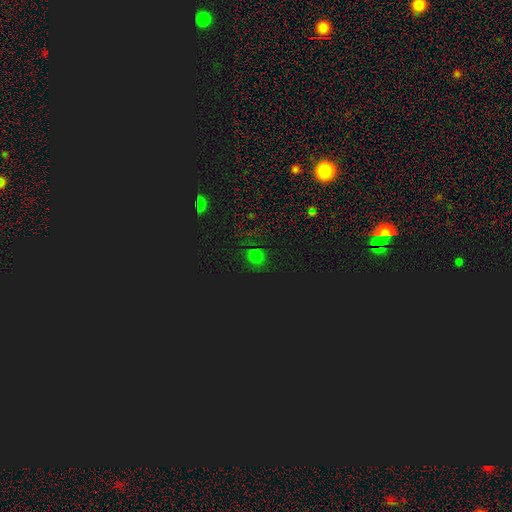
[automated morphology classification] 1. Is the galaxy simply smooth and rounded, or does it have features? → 52% smooth, 42% star or artifact, 6% featured or disk.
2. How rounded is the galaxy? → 86% round, 13% in between, 2% cigar-shaped.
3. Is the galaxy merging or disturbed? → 83% none, 11% minor disturbance, 4% major disturbance, 2% merger.